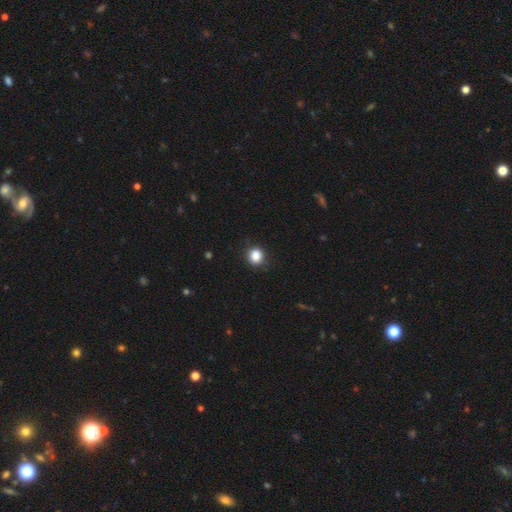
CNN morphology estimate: A smooth galaxy with no disk features (87%) that is round (79%). Merging: none (83%).